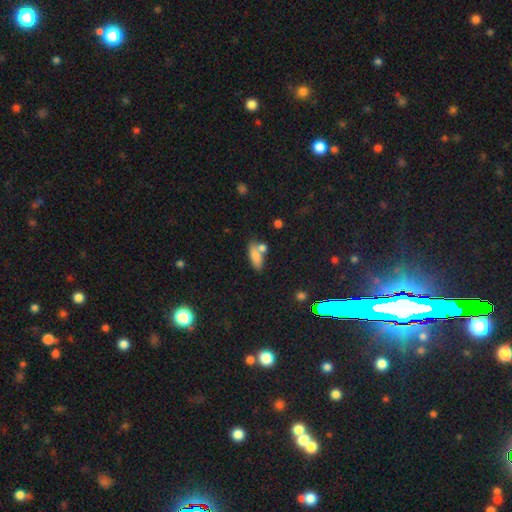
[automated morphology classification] Q: Smooth or featured?
A: smooth (79%); runner-up: featured or disk (12%)
Q: How rounded?
A: in between (73%); runner-up: cigar-shaped (22%)
Q: Merging?
A: none (53%); runner-up: merger (27%)